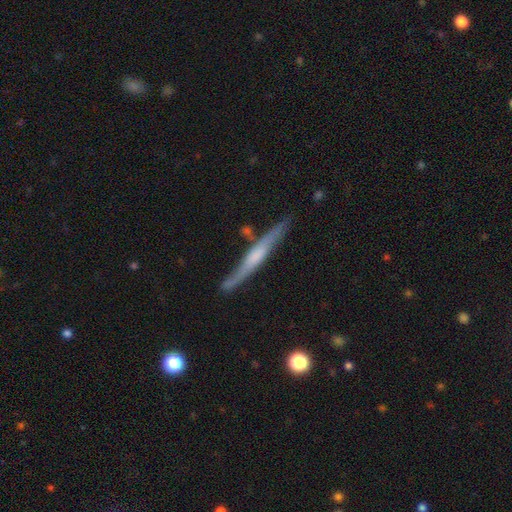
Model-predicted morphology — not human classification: This appears to be a featured or disk galaxy (65%) viewed edge-on (94%) with a rounded central bulge (45%). Merging: none (80%).